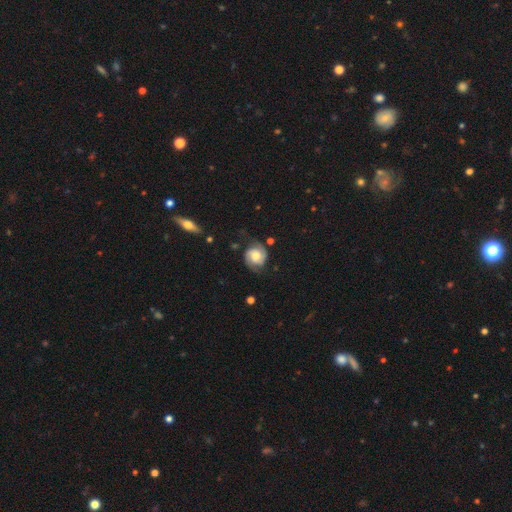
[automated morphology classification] smooth-or-featured: featured or disk: 69% | smooth: 24% | star or artifact: 7%
  disk-edge-on: no: 97% | yes: 3%
    bar: no: 66% | weak: 27% | strong: 7%
    has-spiral-arms: yes: 92% | no: 8%
      spiral-winding: tight: 42% | medium: 40% | loose: 18%
      spiral-arm-count: 2: 86% | can't tell: 7% | 1: 3% | 3: 2% | 4: 1% | more than 4: 1%
    bulge-size: moderate: 67% | small: 16% | large: 14% | none: 2% | dominant: 2%
  merging: none: 68% | minor disturbance: 21% | major disturbance: 9% | merger: 2%